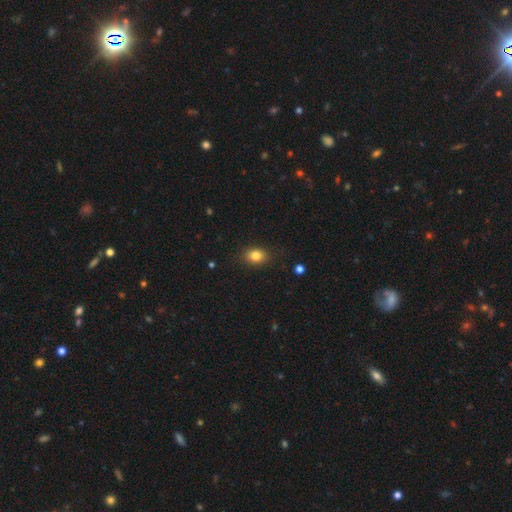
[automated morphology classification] This appears to be a smooth galaxy with no disk features (82%) that is in between round and cigar-shaped (64%). Merging: none (86%).